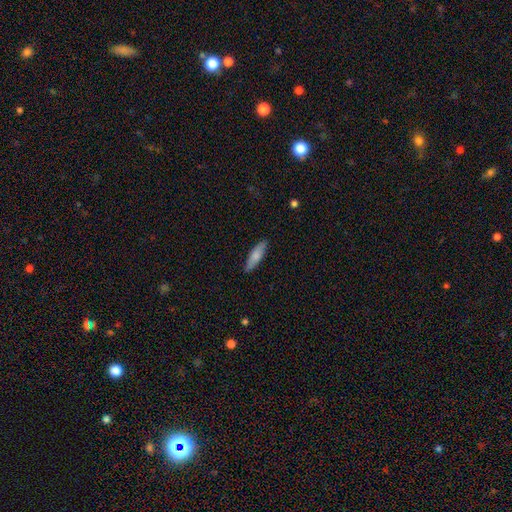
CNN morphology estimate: Smooth or featured? Predicted: smooth (p=0.75). How rounded? Predicted: cigar-shaped (p=0.62). Merging? Predicted: none (p=0.86).